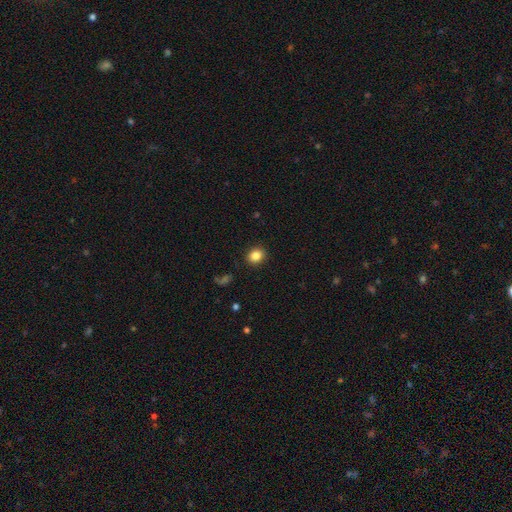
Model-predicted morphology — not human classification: Smooth or featured? smooth (85%)
How rounded? round (67%)
Merging? none (90%)